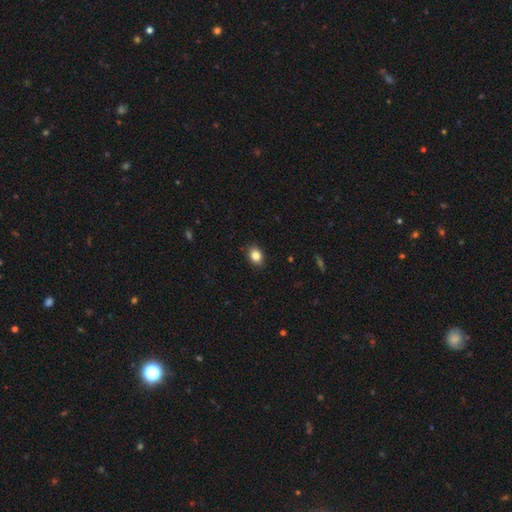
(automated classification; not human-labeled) smooth 84%, star or artifact 9%, featured or disk 6%. Down the decision tree: how rounded — in between (71%); merging — none (89%).